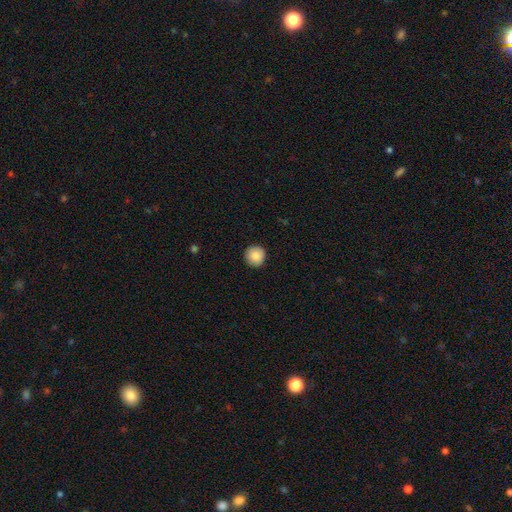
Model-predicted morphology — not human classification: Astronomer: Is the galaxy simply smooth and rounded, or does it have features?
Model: smooth — 89%.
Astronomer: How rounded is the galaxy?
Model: round — 95%.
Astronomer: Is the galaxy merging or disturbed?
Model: none — 92%.